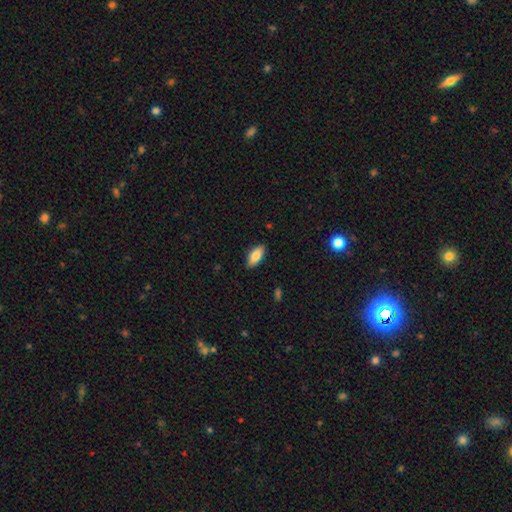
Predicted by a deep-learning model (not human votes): This is clearly a smooth galaxy (80%). How rounded: clearly in between (86%). Merging: clearly none (87%).